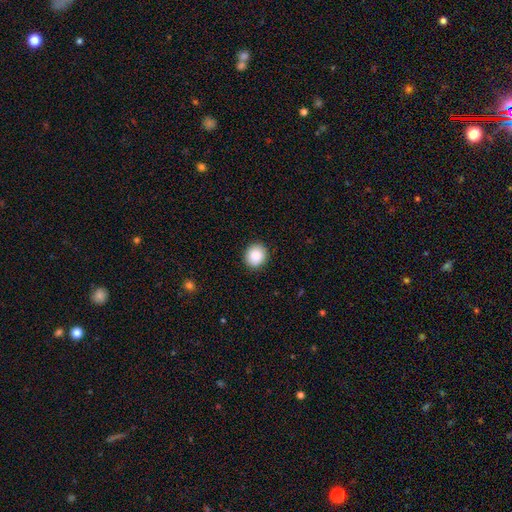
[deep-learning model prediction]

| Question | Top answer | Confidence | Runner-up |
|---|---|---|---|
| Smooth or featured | smooth | 88% | star or artifact (8%) |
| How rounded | round | 85% | in between (14%) |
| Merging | none | 92% | minor disturbance (6%) |